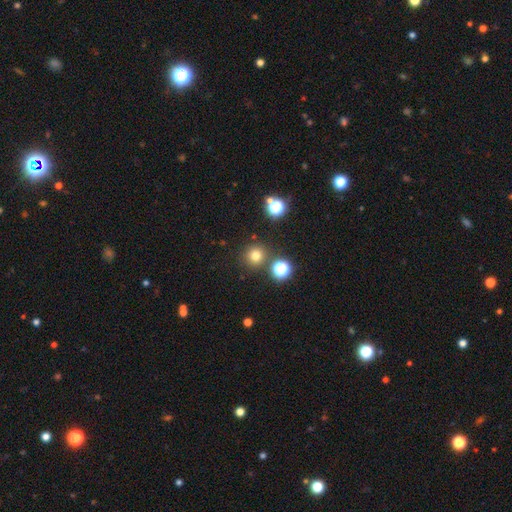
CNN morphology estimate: The model was most divided on "smooth or featured": smooth: 72%, star or artifact: 21%, featured or disk: 7%. More confident: how rounded — round (94%); merging — none (85%).